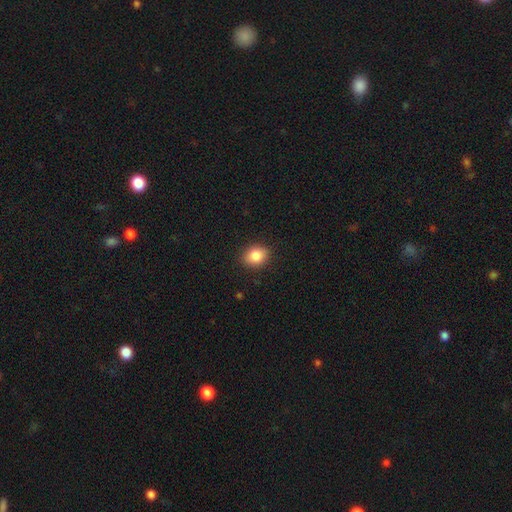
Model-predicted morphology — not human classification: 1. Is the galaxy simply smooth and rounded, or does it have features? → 86% smooth, 9% star or artifact, 5% featured or disk.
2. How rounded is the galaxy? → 50% round, 49% in between, 1% cigar-shaped.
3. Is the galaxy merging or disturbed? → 89% none, 8% minor disturbance, 2% major disturbance, 1% merger.